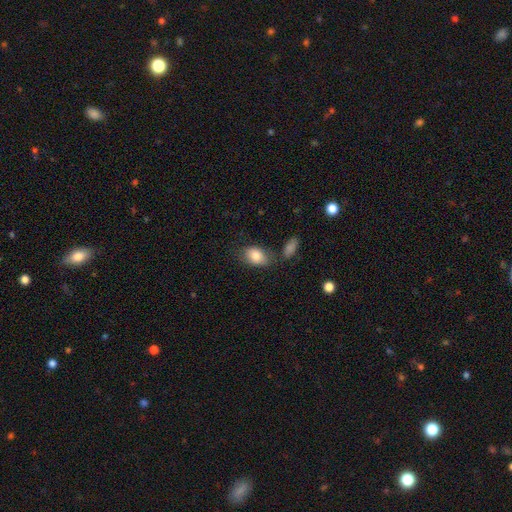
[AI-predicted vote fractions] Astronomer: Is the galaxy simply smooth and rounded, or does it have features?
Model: smooth — 82%.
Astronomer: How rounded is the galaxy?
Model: in between — 85%.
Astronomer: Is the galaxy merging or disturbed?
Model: none — 65%.